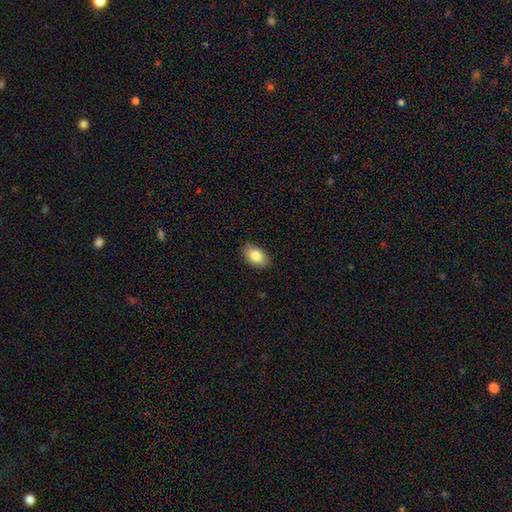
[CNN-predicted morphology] type=smooth (84%); roundness=in between (91%); merging=none (87%).